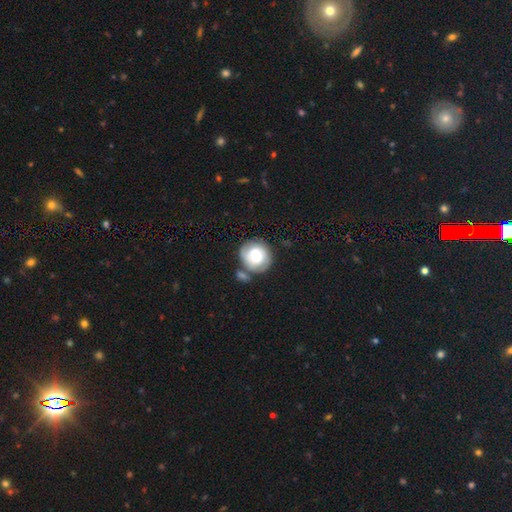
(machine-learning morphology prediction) This is possibly a smooth galaxy (59%). How rounded: clearly round (84%). Merging: possibly none (57%).